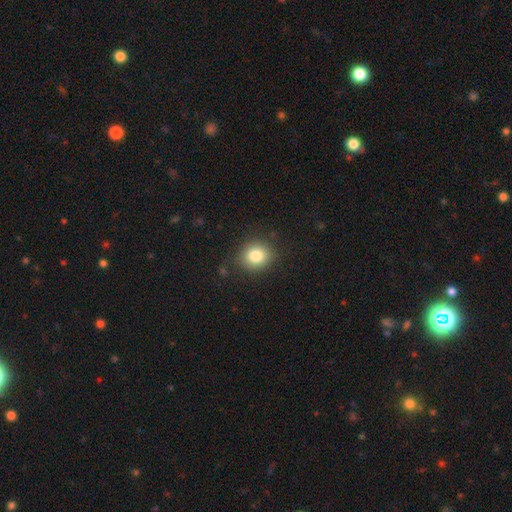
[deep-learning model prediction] Smooth or featured? Predicted: smooth (p=0.82). How rounded? Predicted: round (p=0.76). Merging? Predicted: none (p=0.85).